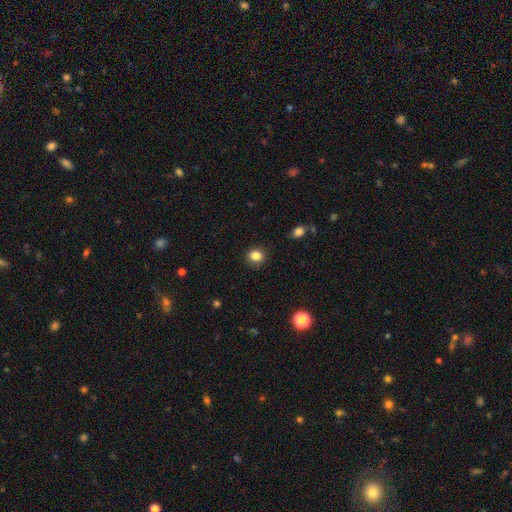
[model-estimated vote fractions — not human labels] A smooth galaxy with no disk features (85%) that is round (82%).

Vote fractions:
- Smooth or featured? smooth: 85% / star or artifact: 11% / featured or disk: 4%
- How rounded? round: 82% / in between: 17% / cigar-shaped: 1%
- Merging? none: 88% / minor disturbance: 8% / major disturbance: 2% / merger: 1%